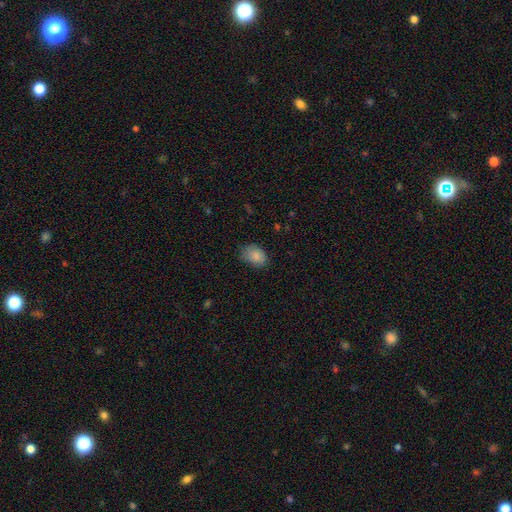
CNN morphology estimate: The model was most divided on "merging": none: 70%, minor disturbance: 24%, major disturbance: 5%, merger: 1%. More confident: smooth or featured — smooth (86%); how rounded — in between (80%).